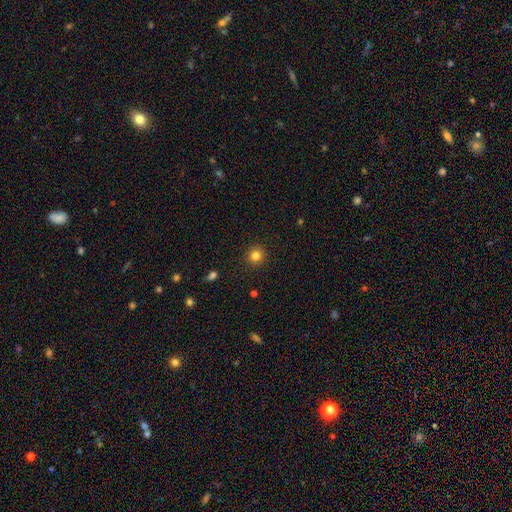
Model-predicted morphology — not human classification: Smooth or featured? Predicted: smooth (p=0.82). How rounded? Predicted: round (p=0.93). Merging? Predicted: none (p=0.91).